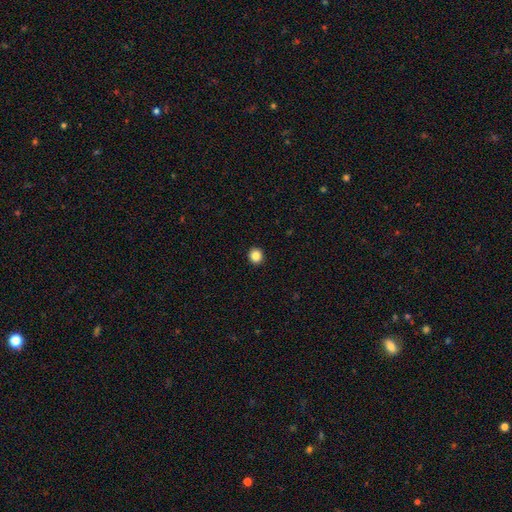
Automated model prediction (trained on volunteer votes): This is clearly a smooth galaxy (86%). How rounded: clearly round (89%). Merging: clearly none (93%).